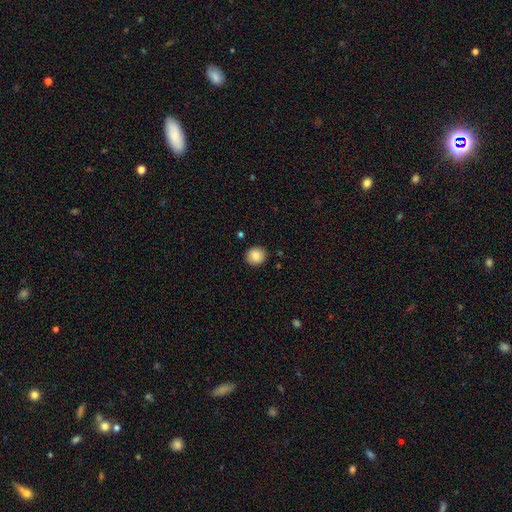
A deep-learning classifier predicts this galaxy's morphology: Smooth or featured? Predicted: smooth (p=0.86). How rounded? Predicted: round (p=0.86). Merging? Predicted: none (p=0.90).